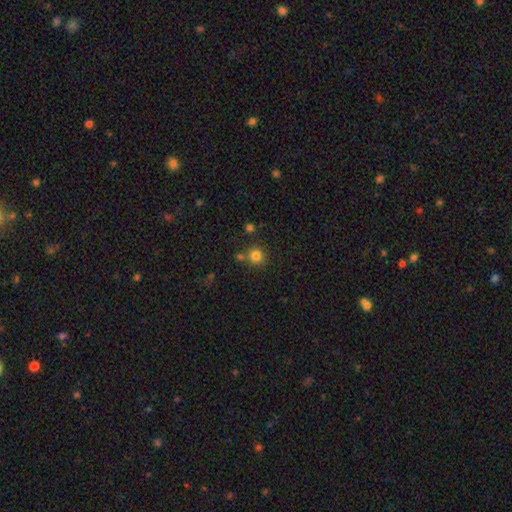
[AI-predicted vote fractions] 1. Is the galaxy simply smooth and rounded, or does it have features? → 82% smooth, 13% star or artifact, 5% featured or disk.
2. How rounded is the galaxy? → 91% round, 8% in between, 1% cigar-shaped.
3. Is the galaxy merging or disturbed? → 73% none, 15% merger, 9% minor disturbance, 3% major disturbance.